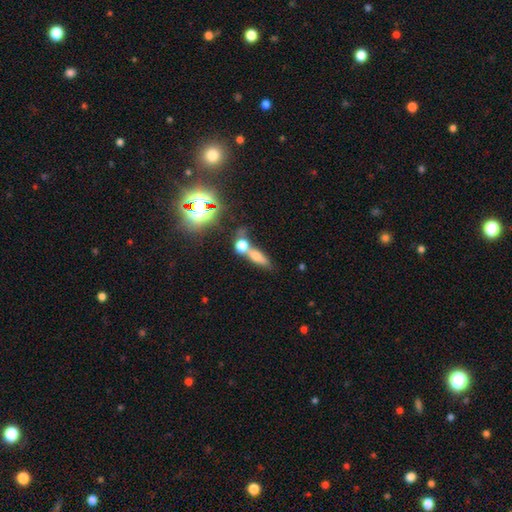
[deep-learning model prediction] Overall: smooth (57%; featured or disk 23%). How rounded: in between (51%; cigar-shaped 30%). Merging: merger (49%; none 34%).